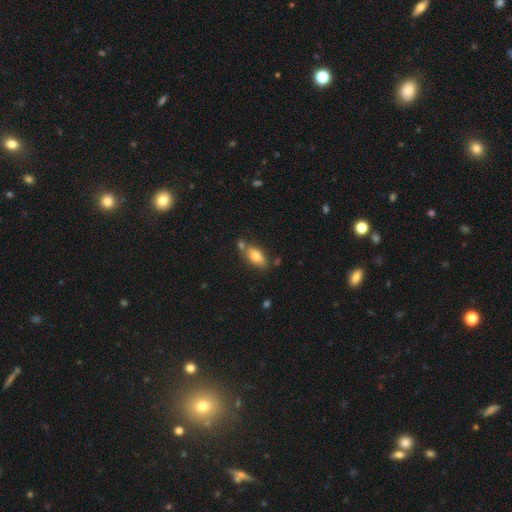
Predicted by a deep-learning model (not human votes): A smooth galaxy with no disk features (76%) that is in between round and cigar-shaped (84%).

Vote fractions:
- Smooth or featured? smooth: 76% / featured or disk: 16% / star or artifact: 8%
- How rounded? in between: 84% / cigar-shaped: 12% / round: 3%
- Merging? none: 62% / merger: 17% / minor disturbance: 16% / major disturbance: 4%